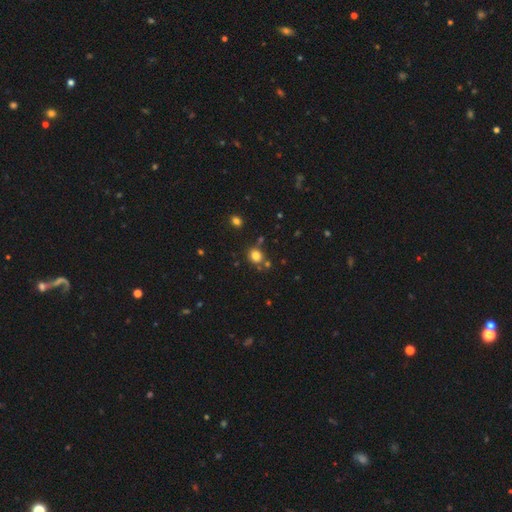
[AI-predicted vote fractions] A smooth galaxy with no disk features (79%) that is round (76%). Merging: none (73%).